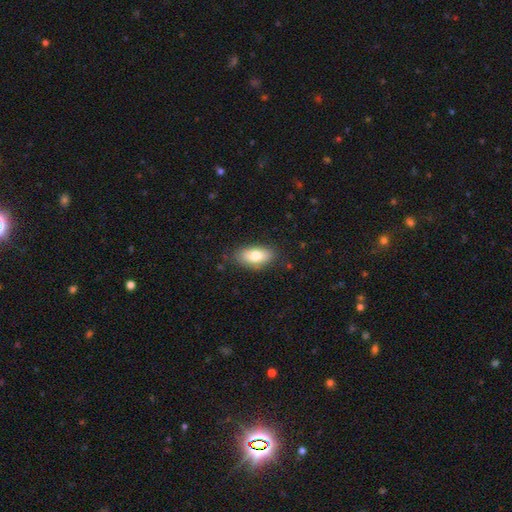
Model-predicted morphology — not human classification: smooth 76%, featured or disk 17%, star or artifact 7%. Down the decision tree: how rounded — in between (90%); merging — none (80%).